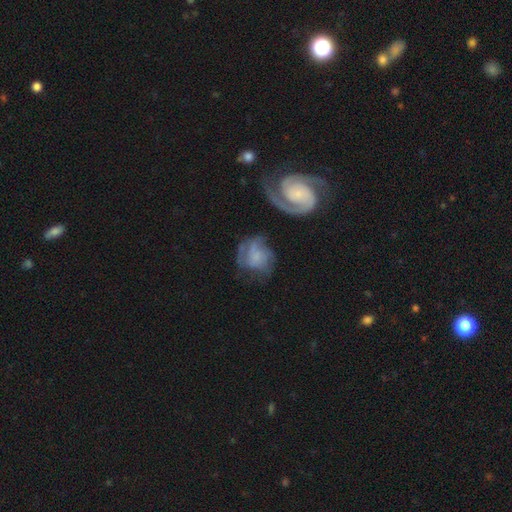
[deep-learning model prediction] smooth-or-featured: featured or disk: 63% | smooth: 28% | star or artifact: 9%
  disk-edge-on: no: 97% | yes: 3%
    bar: no: 69% | weak: 25% | strong: 6%
    has-spiral-arms: yes: 85% | no: 15%
      spiral-winding: tight: 41% | medium: 39% | loose: 20%
      spiral-arm-count: 2: 36% | can't tell: 25% | 3: 18% | 1: 13% | 4: 4% | more than 4: 4%
    bulge-size: none: 48% | small: 28% | moderate: 15% | large: 7% | dominant: 2%
  merging: none: 46% | major disturbance: 24% | minor disturbance: 21% | merger: 9%